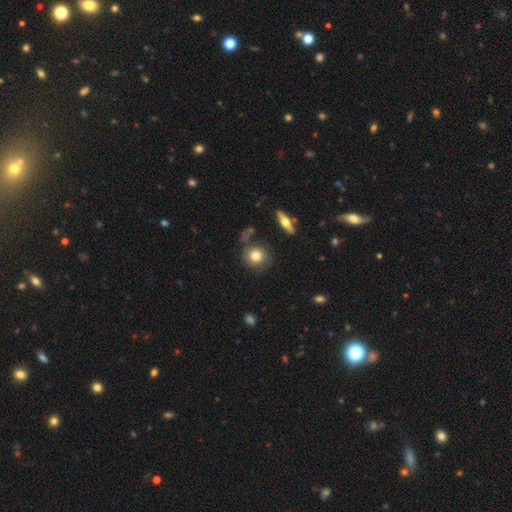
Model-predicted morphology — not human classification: This appears to be a smooth galaxy with no disk features (77%) that is round (84%). Merging: none (77%).